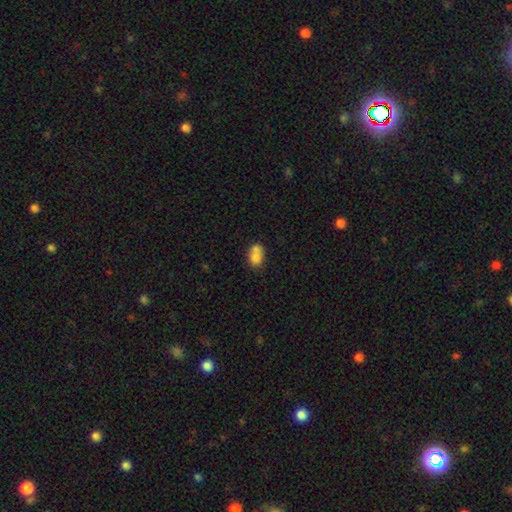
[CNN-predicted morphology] Overall: smooth (74%). How rounded: in between (65%; round 33%). Merging: merger (52%; none 31%).